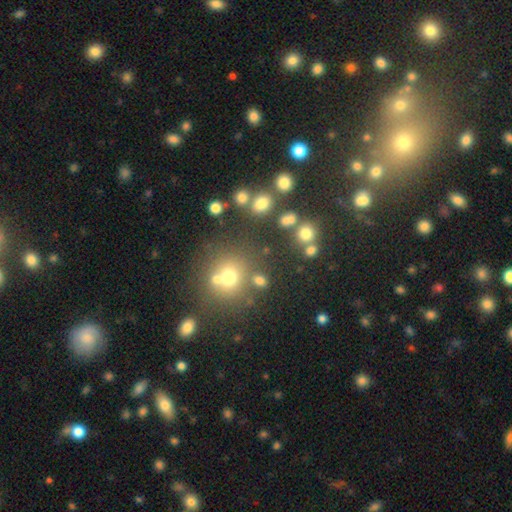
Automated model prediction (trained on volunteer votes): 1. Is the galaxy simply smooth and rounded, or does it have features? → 52% smooth, 39% star or artifact, 9% featured or disk.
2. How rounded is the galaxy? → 88% round, 10% in between, 1% cigar-shaped.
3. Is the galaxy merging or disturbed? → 77% none, 10% merger, 9% minor disturbance, 4% major disturbance.